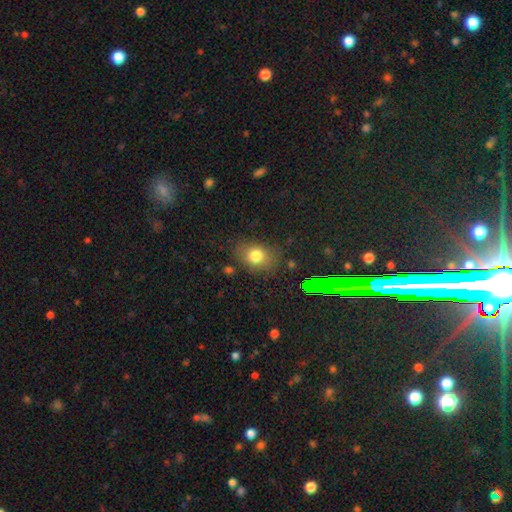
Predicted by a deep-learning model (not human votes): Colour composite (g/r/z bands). It shows a smooth galaxy with no disk features (76%) that is in between round and cigar-shaped (57%). Merging: none (76%).